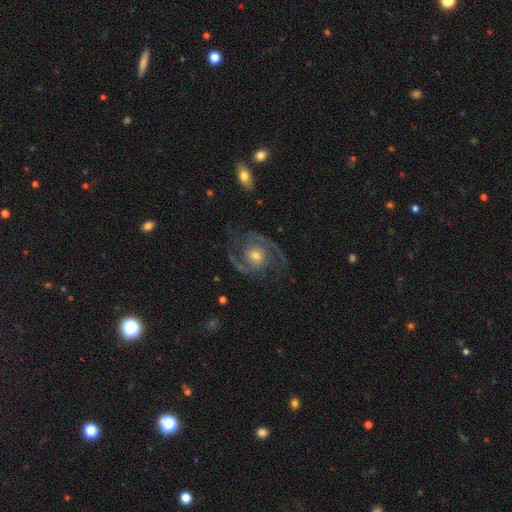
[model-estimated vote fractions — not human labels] A featured or disk galaxy (92%) with no bar (59%), 2 (91%) medium (61%) spiral arms (98%) and a moderate central bulge (52%).

Vote fractions:
- Smooth or featured? featured or disk: 92% / star or artifact: 5% / smooth: 4%
- Edge-on disk? no: 98% / yes: 2%
- Bar? no: 59% / weak: 31% / strong: 10%
- Spiral arms? yes: 98% / no: 2%
- Spiral winding? medium: 61% / tight: 23% / loose: 16%
- Spiral arm count? 2: 91% / 3: 3% / can't tell: 2% / 1: 1% / 4: 1% / more than 4: 1%
- Bulge size? moderate: 52% / small: 41% / large: 4% / none: 2% / dominant: 1%
- Merging? none: 78% / minor disturbance: 13% / major disturbance: 7% / merger: 2%